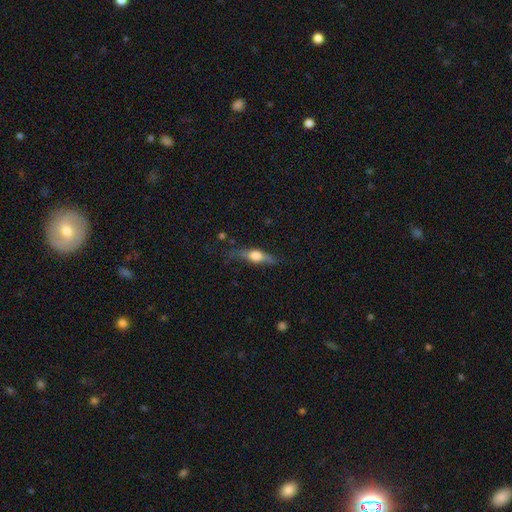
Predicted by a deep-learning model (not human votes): Overall: smooth (47%; featured or disk 46%). Merging: none (64%).